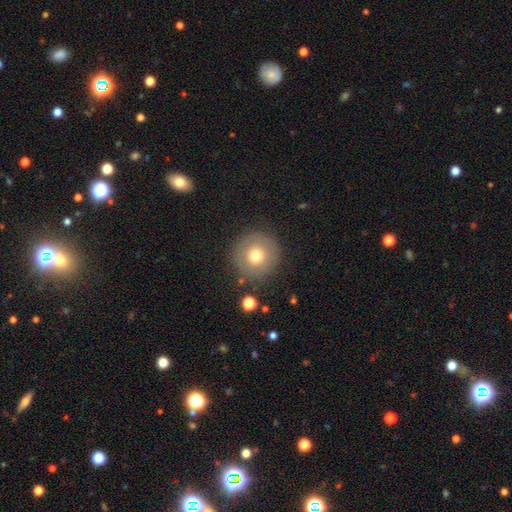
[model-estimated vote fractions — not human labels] The model was most divided on "smooth or featured": smooth: 68%, featured or disk: 23%, star or artifact: 10%. More confident: how rounded — round (96%); merging — none (85%).